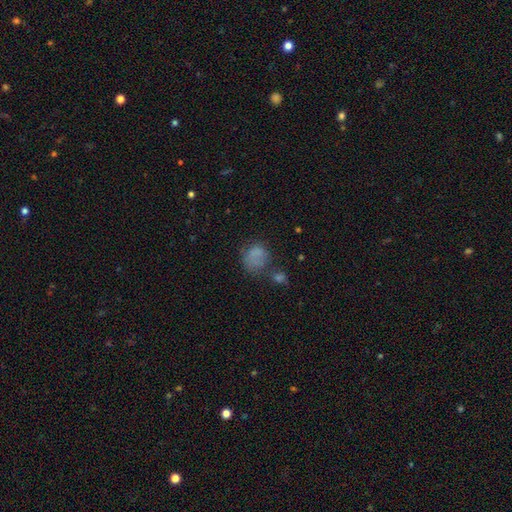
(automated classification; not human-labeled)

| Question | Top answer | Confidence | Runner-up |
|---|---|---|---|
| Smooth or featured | smooth | 74% | star or artifact (14%) |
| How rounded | round | 62% | in between (37%) |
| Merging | none | 46% | minor disturbance (24%) |